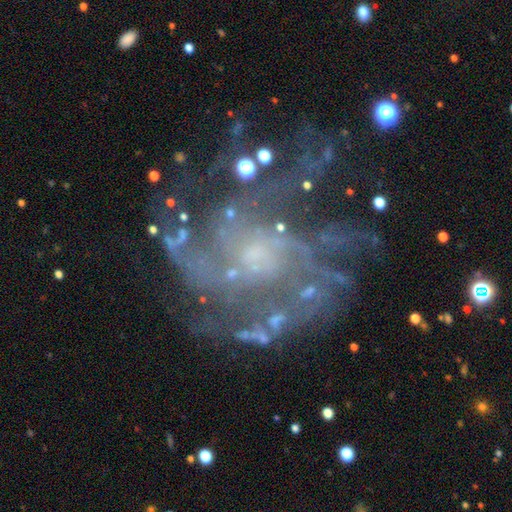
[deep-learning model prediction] Smooth or featured? Predicted: featured or disk (p=0.84). Edge-on disk? Predicted: no (p=0.98). Bar? Predicted: no (p=0.72). Spiral arms? Predicted: yes (p=0.93). Spiral winding? Predicted: medium (p=0.42). Spiral arm count? Predicted: can't tell (p=0.30). Bulge size? Predicted: small (p=0.57). Merging? Predicted: none (p=0.61).